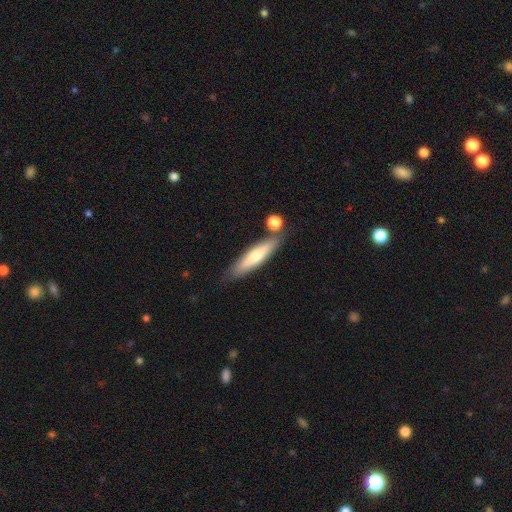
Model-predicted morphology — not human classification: A smooth galaxy with no disk features (56%) that is cigar-shaped (80%). Merging: none (76%).